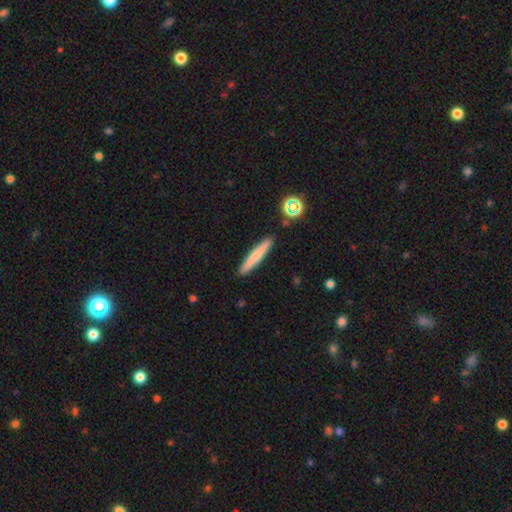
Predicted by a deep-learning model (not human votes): A smooth galaxy with no disk features (71%) that is cigar-shaped (95%).

Vote fractions:
- Smooth or featured? smooth: 71% / featured or disk: 21% / star or artifact: 7%
- How rounded? cigar-shaped: 95% / in between: 4% / round: 1%
- Merging? none: 90% / minor disturbance: 6% / merger: 2% / major disturbance: 2%